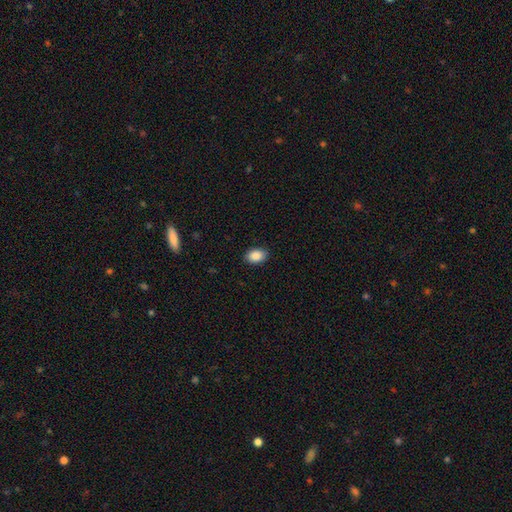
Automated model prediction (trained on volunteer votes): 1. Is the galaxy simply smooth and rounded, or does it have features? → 89% smooth, 7% star or artifact, 4% featured or disk.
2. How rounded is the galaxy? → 82% in between, 17% round, 1% cigar-shaped.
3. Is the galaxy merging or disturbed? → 89% none, 8% minor disturbance, 2% major disturbance, 1% merger.